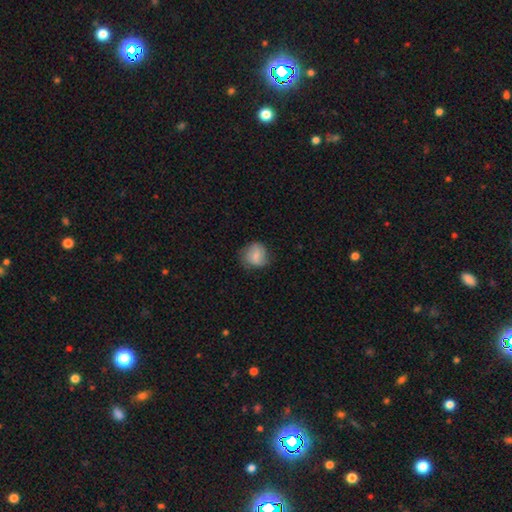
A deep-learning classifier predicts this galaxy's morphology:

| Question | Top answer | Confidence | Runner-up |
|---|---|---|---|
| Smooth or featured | smooth | 78% | featured or disk (14%) |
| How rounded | round | 80% | in between (19%) |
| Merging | none | 71% | minor disturbance (22%) |